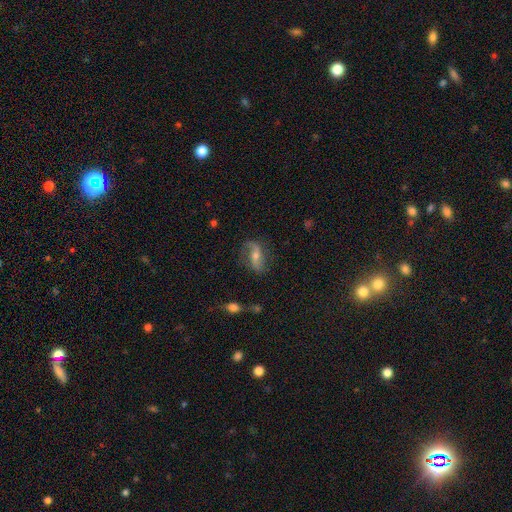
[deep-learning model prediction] A featured or disk galaxy (72%) with a weak bar (36%), 2 (85%) loose (61%) spiral arms (90%) and a moderate central bulge (52%).

Vote fractions:
- Smooth or featured? featured or disk: 72% / smooth: 18% / star or artifact: 10%
- Edge-on disk? no: 92% / yes: 8%
- Bar? weak: 36% / strong: 35% / no: 29%
- Spiral arms? yes: 90% / no: 10%
- Spiral winding? loose: 61% / medium: 28% / tight: 11%
- Spiral arm count? 2: 85% / 1: 7% / can't tell: 5% / 3: 1% / 4: 1% / more than 4: 1%
- Bulge size? moderate: 52% / small: 40% / large: 4% / none: 3% / dominant: 1%
- Merging? none: 72% / minor disturbance: 17% / major disturbance: 9% / merger: 2%